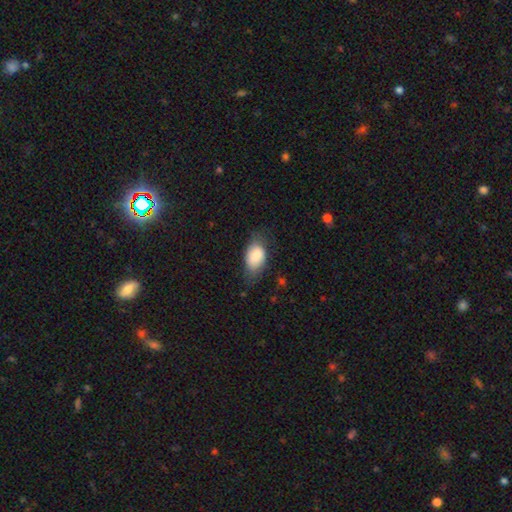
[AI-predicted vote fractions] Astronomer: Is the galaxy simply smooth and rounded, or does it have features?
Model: smooth — 84%.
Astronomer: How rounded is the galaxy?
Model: in between — 90%.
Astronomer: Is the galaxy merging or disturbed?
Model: none — 59%.